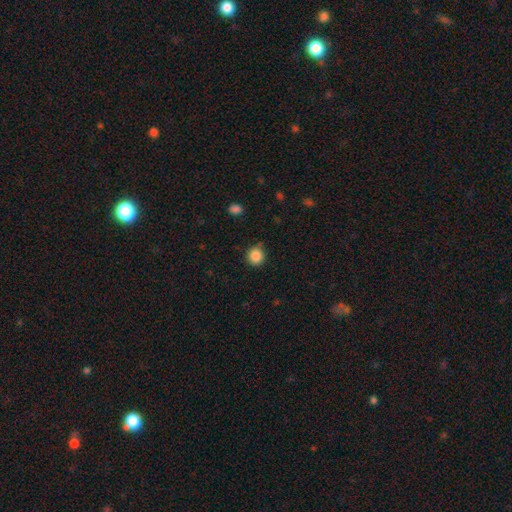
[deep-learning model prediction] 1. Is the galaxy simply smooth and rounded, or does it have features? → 87% smooth, 10% star or artifact, 3% featured or disk.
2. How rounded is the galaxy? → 91% round, 8% in between, 1% cigar-shaped.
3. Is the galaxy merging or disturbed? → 81% none, 13% minor disturbance, 3% major disturbance, 2% merger.